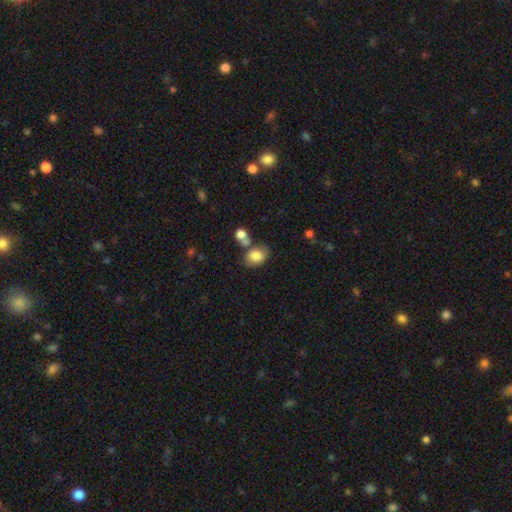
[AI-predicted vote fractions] Smooth or featured?
  - smooth: 81% *
  - featured or disk: 10%
  - star or artifact: 8%
How rounded?
  - in between: 73% *
  - round: 26%
  - cigar-shaped: 1%
Merging?
  - none: 48% *
  - merger: 26%
  - minor disturbance: 19%
  - major disturbance: 7%